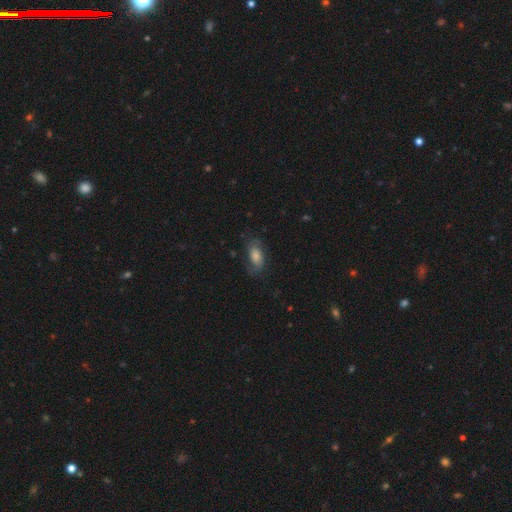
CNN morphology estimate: smooth-or-featured: smooth: 47% | featured or disk: 40% | star or artifact: 13%
  merging: none: 64% | minor disturbance: 21% | major disturbance: 13% | merger: 1%